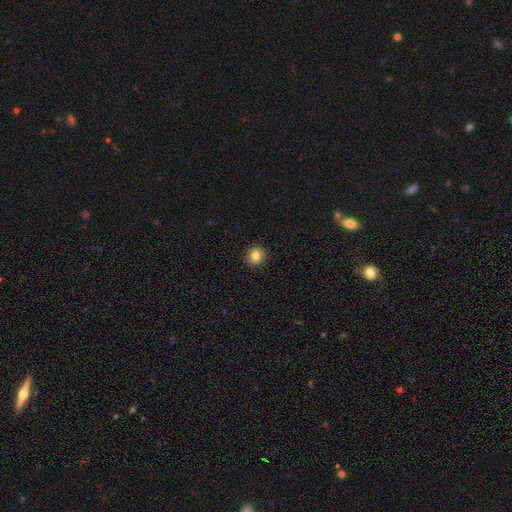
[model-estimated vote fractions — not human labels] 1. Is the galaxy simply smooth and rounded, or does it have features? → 85% smooth, 10% star or artifact, 5% featured or disk.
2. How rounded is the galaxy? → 84% round, 15% in between, 1% cigar-shaped.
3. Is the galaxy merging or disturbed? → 92% none, 6% minor disturbance, 2% major disturbance, 1% merger.